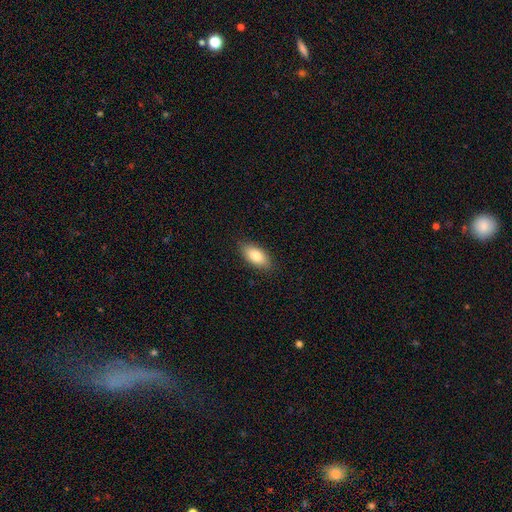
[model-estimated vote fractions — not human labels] Smooth or featured? Predicted: smooth (p=0.83). How rounded? Predicted: in between (p=0.89). Merging? Predicted: none (p=0.86).